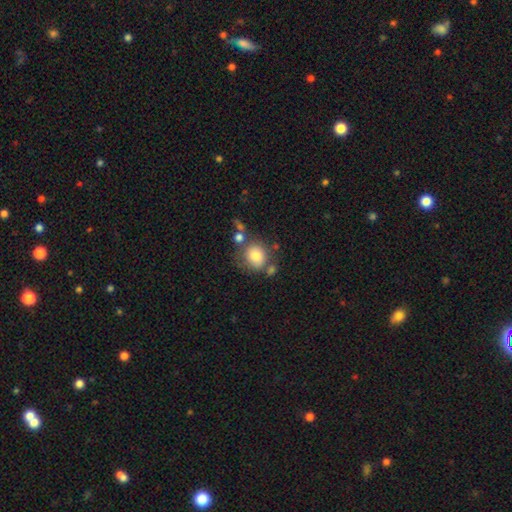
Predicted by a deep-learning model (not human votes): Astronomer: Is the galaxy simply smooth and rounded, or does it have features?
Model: smooth — 79%.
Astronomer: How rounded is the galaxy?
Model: round — 77%.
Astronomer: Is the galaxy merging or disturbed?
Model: none — 63%.